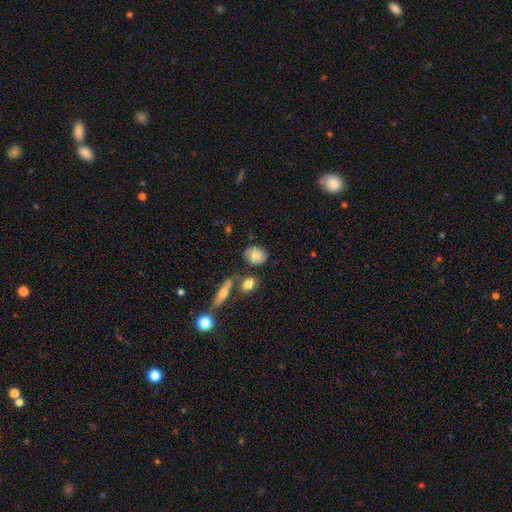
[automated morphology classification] A smooth galaxy with no disk features (70%) that is round (53%).

Vote fractions:
- Smooth or featured? smooth: 70% / featured or disk: 22% / star or artifact: 8%
- How rounded? round: 53% / in between: 44% / cigar-shaped: 3%
- Merging? none: 71% / minor disturbance: 16% / merger: 8% / major disturbance: 5%